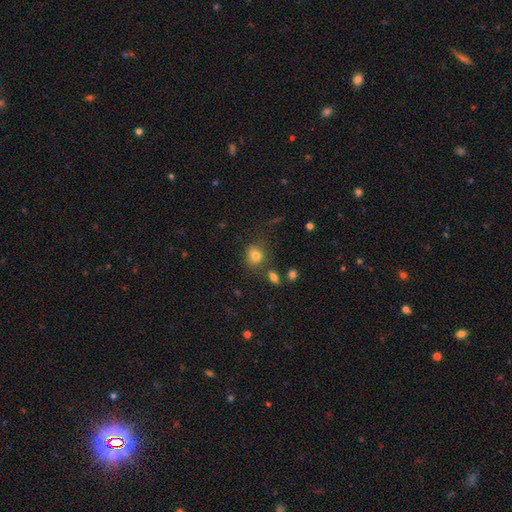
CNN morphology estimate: smooth 79%, star or artifact 12%, featured or disk 9%. Down the decision tree: how rounded — round (63%); merging — none (66%).